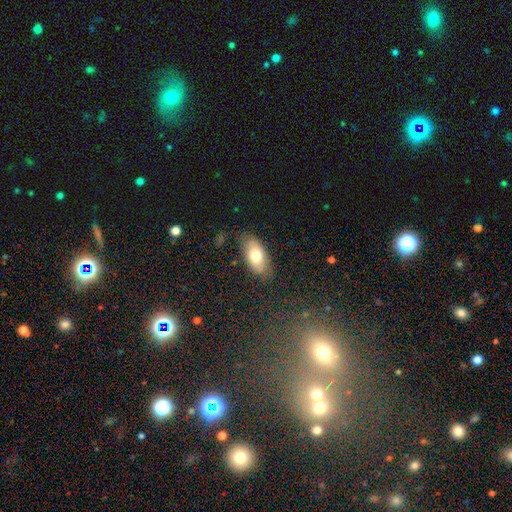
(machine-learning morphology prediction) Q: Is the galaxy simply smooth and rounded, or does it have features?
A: smooth — 71%.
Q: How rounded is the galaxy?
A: in between — 91%.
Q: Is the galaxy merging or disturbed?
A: none — 80%.